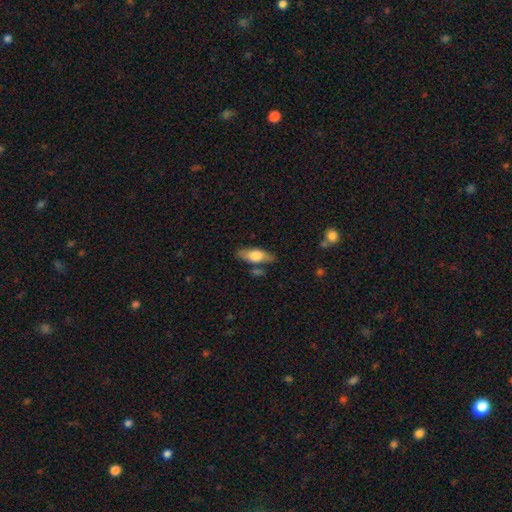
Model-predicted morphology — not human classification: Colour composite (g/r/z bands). It shows a smooth galaxy with no disk features (65%) that is in between round and cigar-shaped (69%). Merging: none (76%).